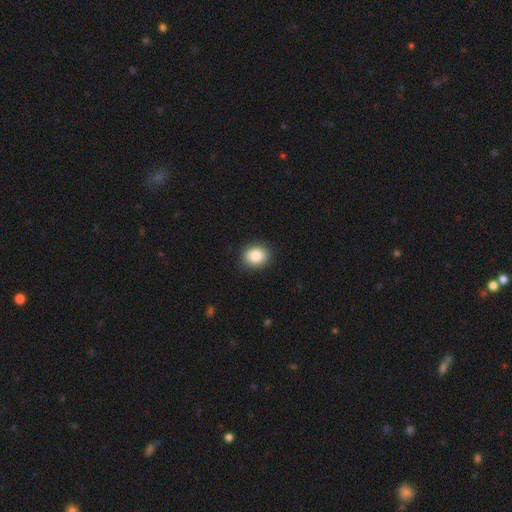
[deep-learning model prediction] Smooth or featured: smooth — 83% (star or artifact — 9%)
How rounded: round — 59% (in between — 40%)
Merging: none — 89% (minor disturbance — 8%)